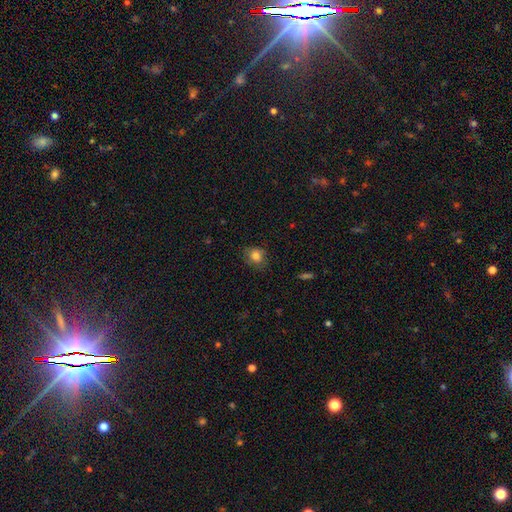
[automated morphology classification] type=smooth (80%); roundness=round (64%); merging=none (73%).